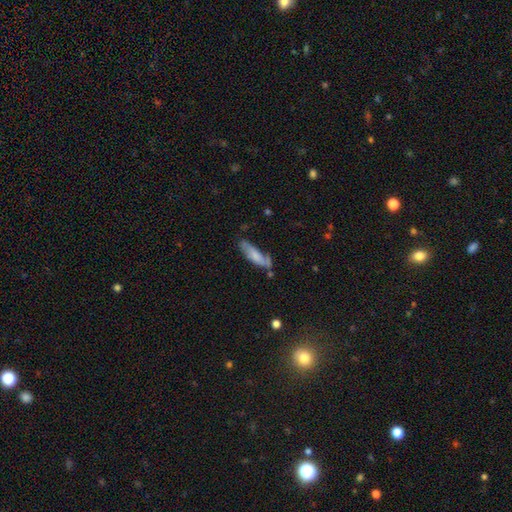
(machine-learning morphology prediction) This is likely a smooth galaxy (68%). How rounded: possibly cigar-shaped (57%). Merging: possibly none (52%).